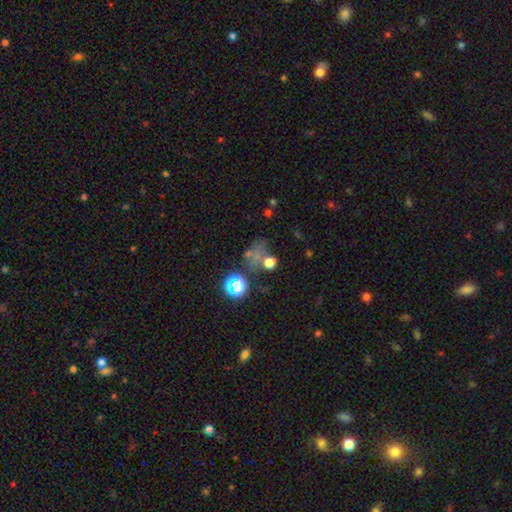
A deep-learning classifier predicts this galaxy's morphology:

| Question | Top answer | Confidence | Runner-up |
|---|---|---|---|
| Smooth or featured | smooth | 51% | star or artifact (35%) |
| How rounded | round | 61% | in between (37%) |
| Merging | none | 42% | merger (25%) |